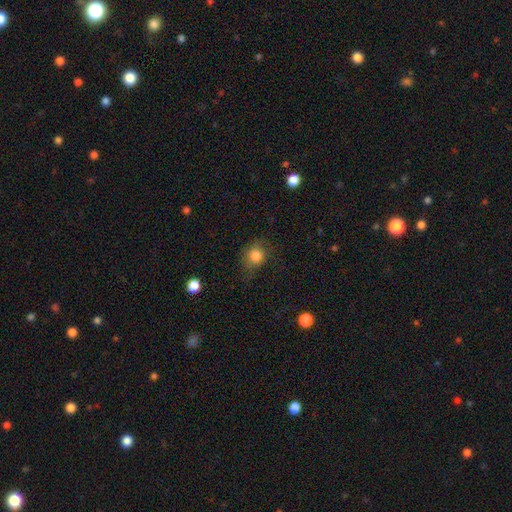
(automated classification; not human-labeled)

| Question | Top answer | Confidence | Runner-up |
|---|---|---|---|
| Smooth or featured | smooth | 82% | star or artifact (10%) |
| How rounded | round | 68% | in between (31%) |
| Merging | none | 65% | minor disturbance (24%) |